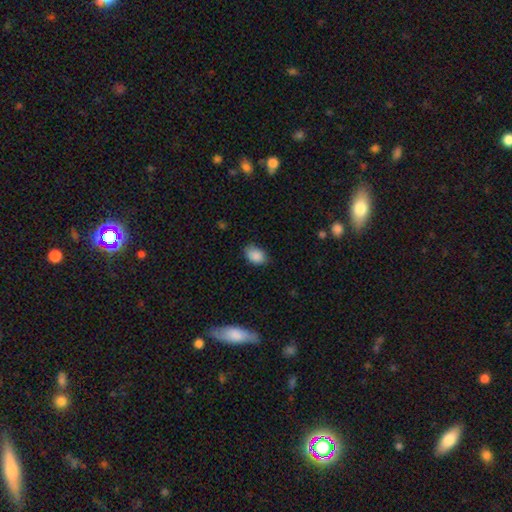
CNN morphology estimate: type=smooth (88%); roundness=in between (83%); merging=none (76%).